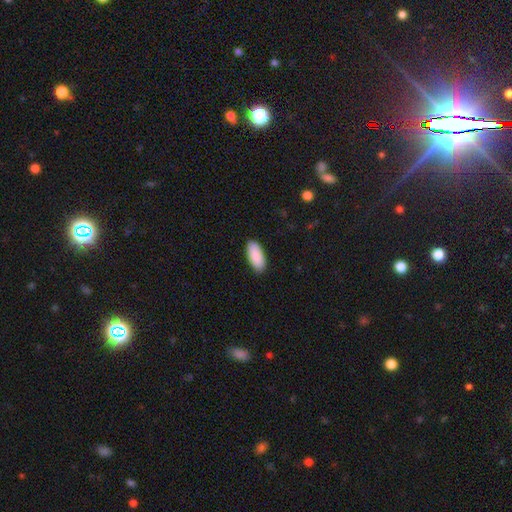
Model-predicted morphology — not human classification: Smooth or featured? smooth (91%)
How rounded? in between (89%)
Merging? none (89%)